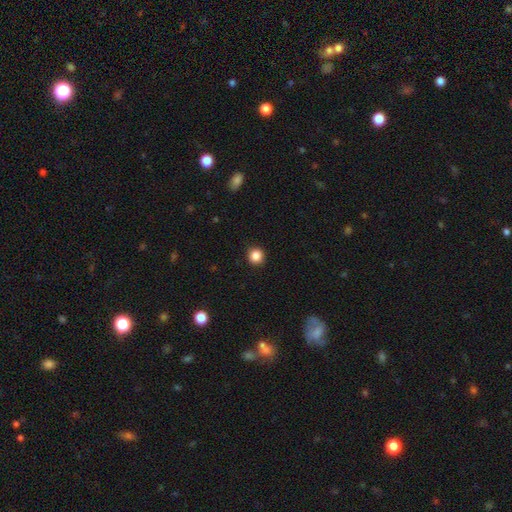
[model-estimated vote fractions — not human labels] Smooth or featured? Predicted: smooth (p=0.86). How rounded? Predicted: round (p=0.94). Merging? Predicted: none (p=0.92).